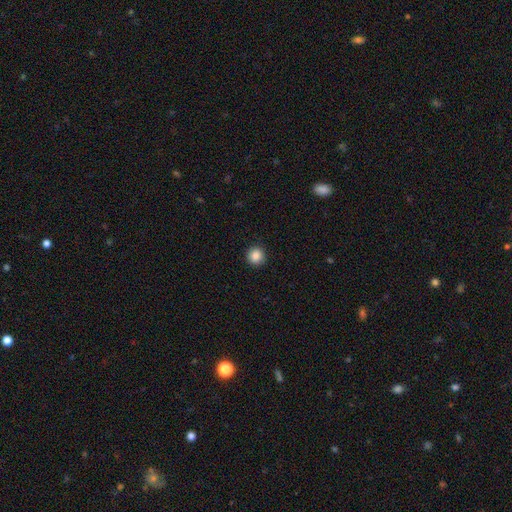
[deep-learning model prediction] Smooth or featured?
  - smooth: 87% *
  - star or artifact: 9%
  - featured or disk: 3%
How rounded?
  - round: 93% *
  - in between: 6%
  - cigar-shaped: 1%
Merging?
  - none: 92% *
  - minor disturbance: 5%
  - major disturbance: 2%
  - merger: 1%